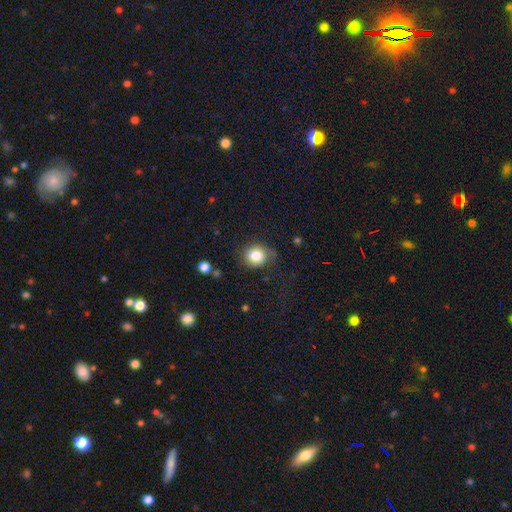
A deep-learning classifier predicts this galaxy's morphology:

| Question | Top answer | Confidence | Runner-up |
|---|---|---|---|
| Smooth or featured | smooth | 83% | star or artifact (9%) |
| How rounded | round | 73% | in between (26%) |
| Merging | none | 70% | minor disturbance (20%) |